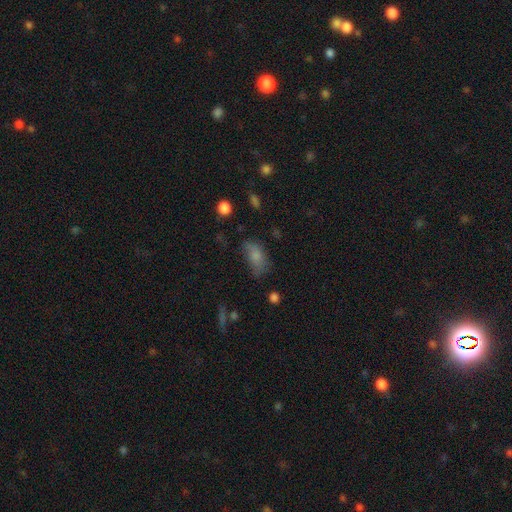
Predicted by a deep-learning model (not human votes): This is likely a smooth galaxy (76%). How rounded: clearly in between (88%). Merging: possibly none (46%).